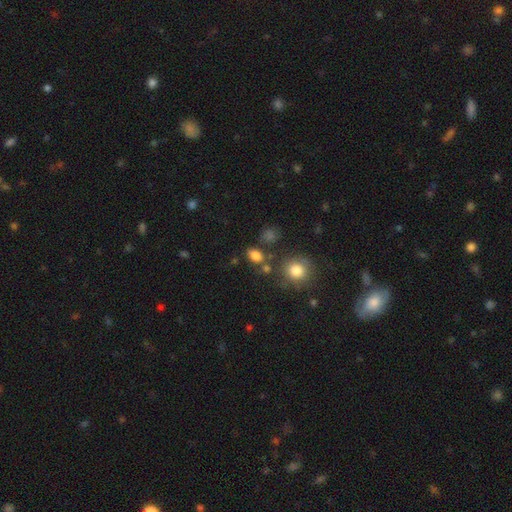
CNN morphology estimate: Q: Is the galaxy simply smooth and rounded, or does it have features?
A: smooth — 81%.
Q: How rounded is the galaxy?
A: in between — 71%.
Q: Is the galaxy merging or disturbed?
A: none — 70%.